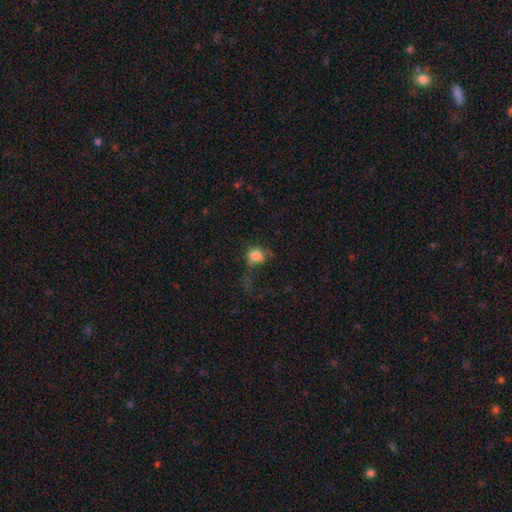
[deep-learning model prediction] Morphology: type=smooth (77%); roundness=round (66%); merging=major disturbance (43%).